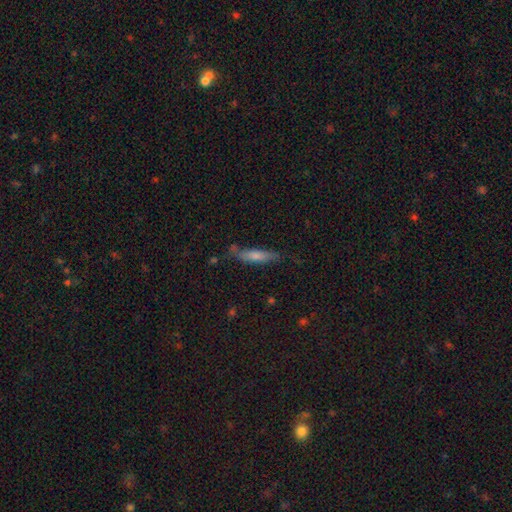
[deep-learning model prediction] This appears to be a smooth galaxy with no disk features (69%) that is cigar-shaped (75%). Merging: none (64%).